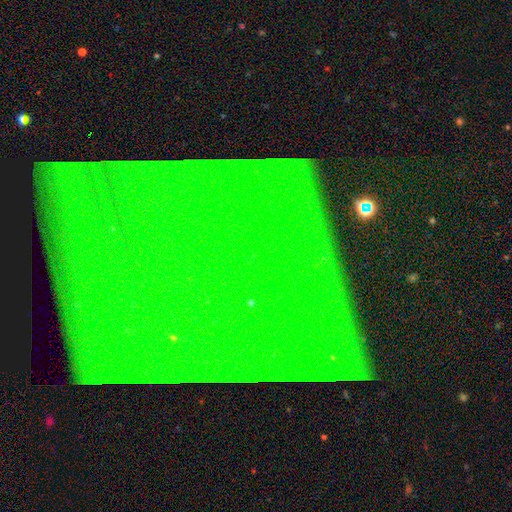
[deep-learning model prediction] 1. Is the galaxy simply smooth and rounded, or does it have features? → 85% star or artifact, 8% featured or disk, 7% smooth.